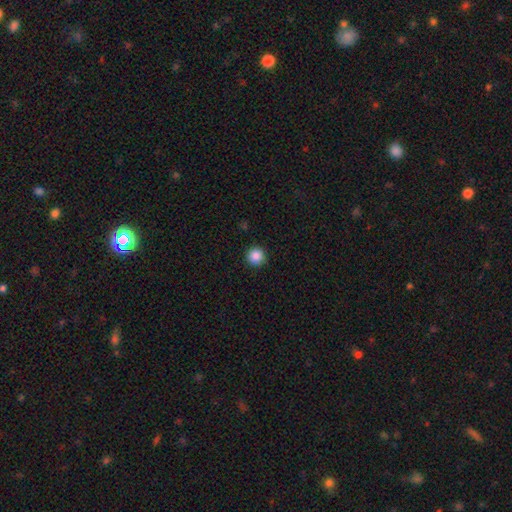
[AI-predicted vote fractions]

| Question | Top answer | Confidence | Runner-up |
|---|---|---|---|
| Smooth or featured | smooth | 87% | star or artifact (10%) |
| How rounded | round | 96% | in between (3%) |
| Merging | none | 93% | minor disturbance (5%) |